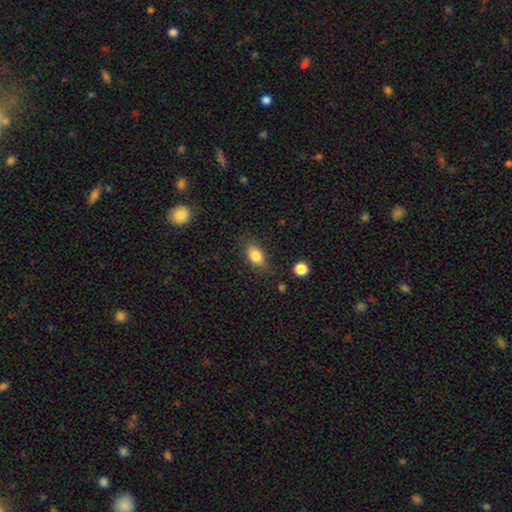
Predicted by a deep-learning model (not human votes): smooth-or-featured: smooth: 82% | featured or disk: 9% | star or artifact: 9%
  how-rounded: in between: 83% | round: 12% | cigar-shaped: 4%
  merging: none: 78% | minor disturbance: 16% | major disturbance: 4% | merger: 2%